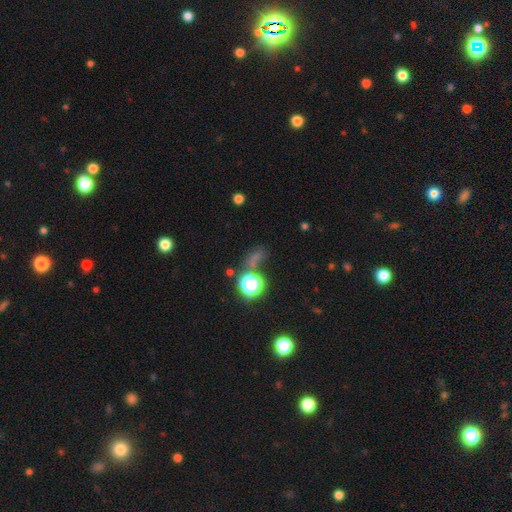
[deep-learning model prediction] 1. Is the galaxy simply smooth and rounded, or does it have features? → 51% star or artifact, 38% smooth, 11% featured or disk.